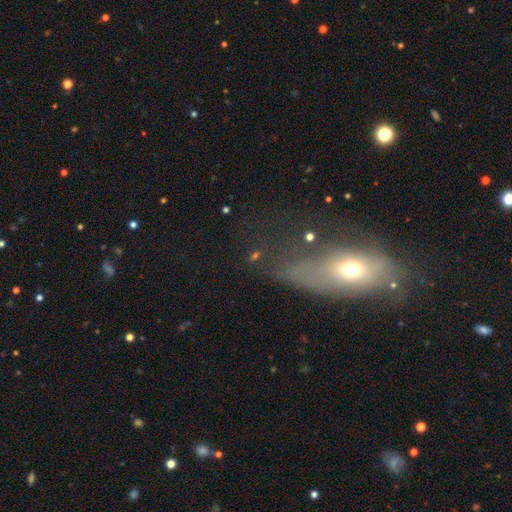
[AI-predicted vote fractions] A smooth galaxy with no disk features (42%). Merging: none (40%).